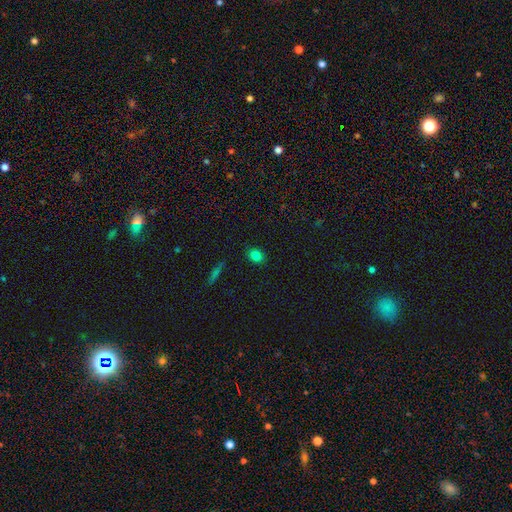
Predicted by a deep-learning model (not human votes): Overall: smooth (81%). How rounded: round (54%; in between 44%). Merging: none (88%).